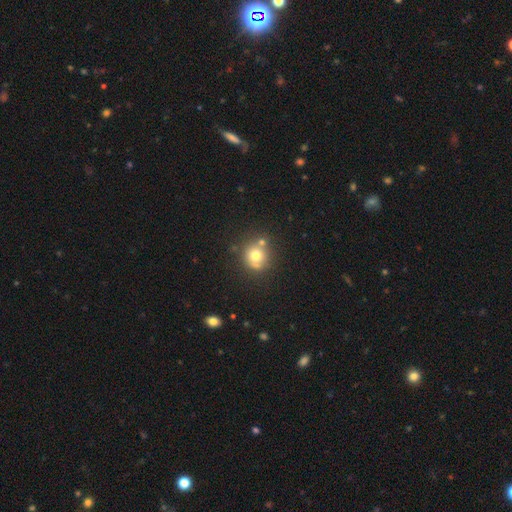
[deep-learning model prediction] Smooth or featured? smooth (71%)
How rounded? round (89%)
Merging? none (61%)